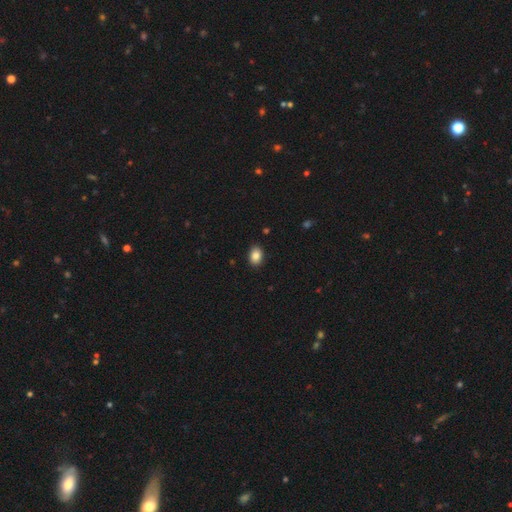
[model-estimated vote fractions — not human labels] Smooth or featured: smooth — 86% (star or artifact — 9%)
How rounded: in between — 76% (round — 23%)
Merging: none — 88% (minor disturbance — 9%)